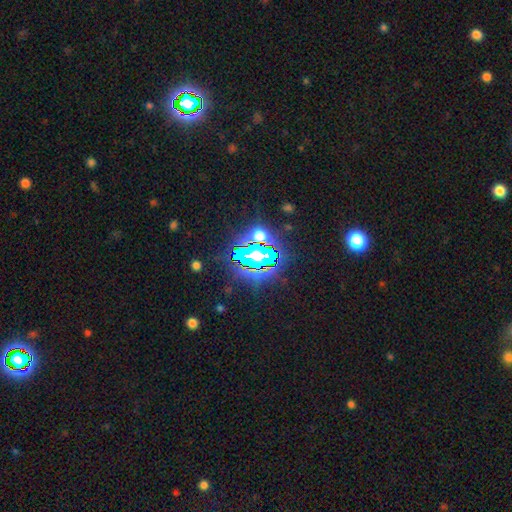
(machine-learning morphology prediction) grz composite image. It shows a star or artifact, not a galaxy (69%).